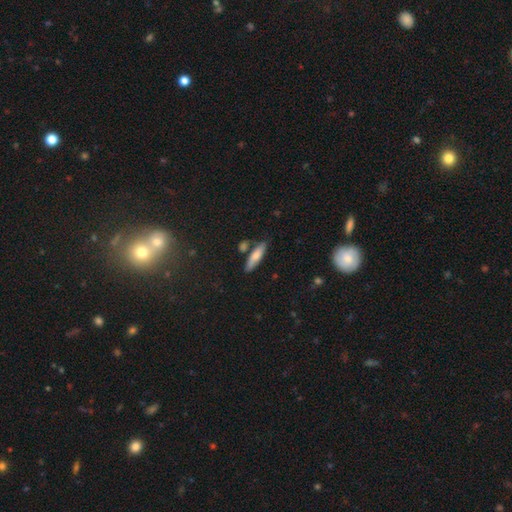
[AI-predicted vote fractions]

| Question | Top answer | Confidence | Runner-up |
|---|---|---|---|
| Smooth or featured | smooth | 70% | featured or disk (23%) |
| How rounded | cigar-shaped | 66% | in between (32%) |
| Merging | none | 76% | minor disturbance (13%) |